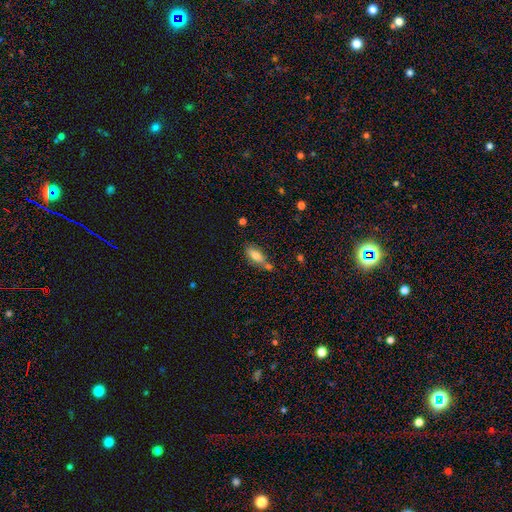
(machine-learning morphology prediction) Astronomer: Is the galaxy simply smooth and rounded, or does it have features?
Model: smooth — 72%.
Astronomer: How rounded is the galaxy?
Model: in between — 76%.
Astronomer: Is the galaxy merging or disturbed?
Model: none — 55%.